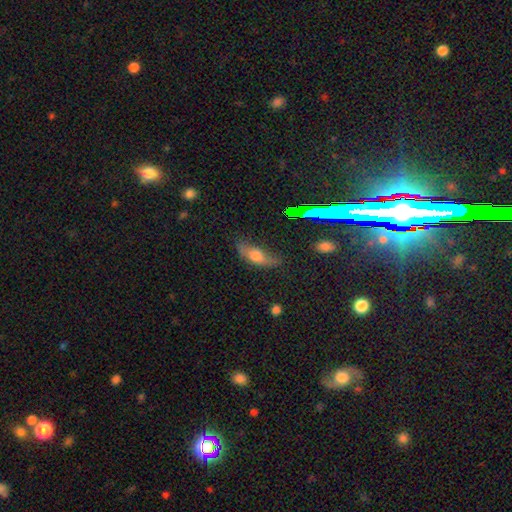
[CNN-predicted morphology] type=smooth (60%); roundness=in between (68%); merging=none (59%).